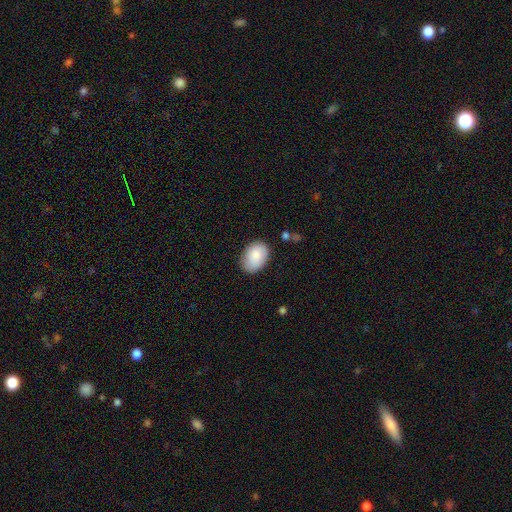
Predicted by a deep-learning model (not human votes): Morphology: type=smooth (86%); roundness=in between (82%); merging=none (78%).